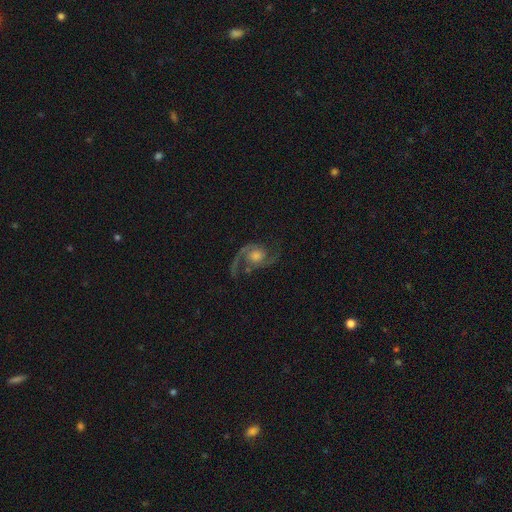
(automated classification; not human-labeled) Smooth or featured?
  - featured or disk: 88% *
  - star or artifact: 6%
  - smooth: 6%
Edge-on disk?
  - no: 98% *
  - yes: 2%
Bar?
  - no: 70% *
  - weak: 25%
  - strong: 5%
Spiral arms?
  - yes: 97% *
  - no: 3%
Spiral winding?
  - medium: 50% *
  - loose: 39%
  - tight: 11%
Spiral arm count?
  - 2: 92% *
  - 1: 3%
  - can't tell: 2%
  - 3: 2%
  - 4: 1%
  - more than 4: 1%
Bulge size?
  - moderate: 52% *
  - small: 21%
  - large: 19%
  - none: 5%
  - dominant: 3%
Merging?
  - none: 71% *
  - minor disturbance: 15%
  - major disturbance: 12%
  - merger: 2%